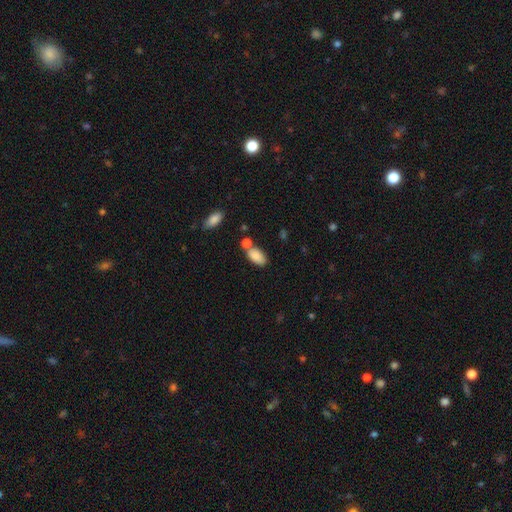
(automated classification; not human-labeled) Smooth or featured?
  - smooth: 86% *
  - star or artifact: 7%
  - featured or disk: 7%
How rounded?
  - in between: 93% *
  - round: 4%
  - cigar-shaped: 4%
Merging?
  - none: 59% *
  - merger: 22%
  - minor disturbance: 15%
  - major disturbance: 4%